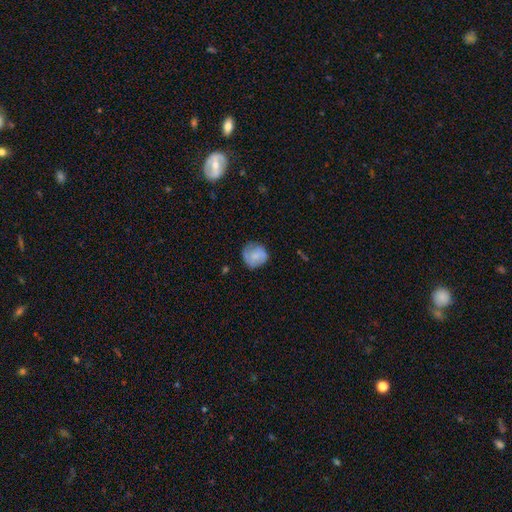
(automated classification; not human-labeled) This is likely a smooth galaxy (69%). How rounded: clearly round (85%). Merging: likely none (67%).